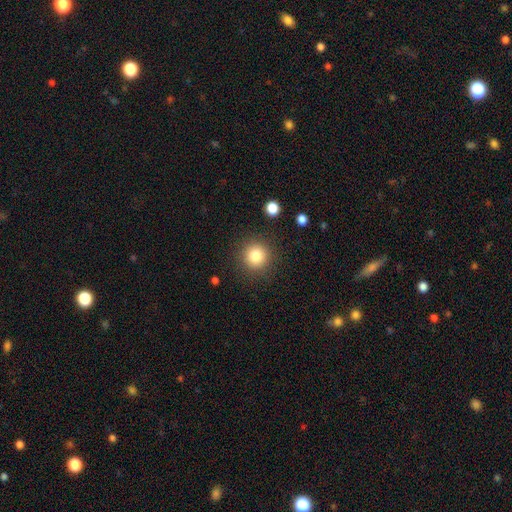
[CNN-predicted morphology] This is clearly a smooth galaxy (83%). How rounded: clearly round (94%). Merging: clearly none (89%).